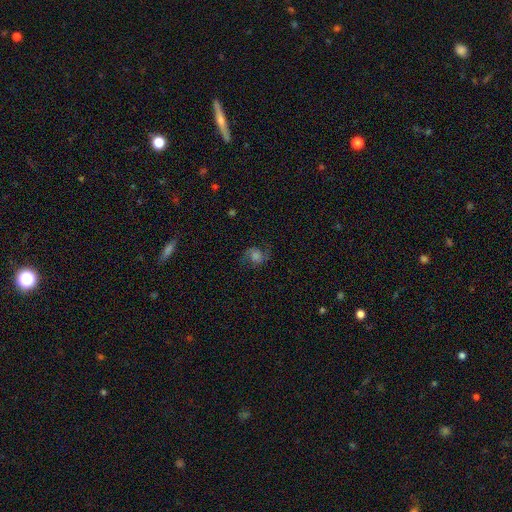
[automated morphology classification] Smooth or featured: featured or disk — 65% (smooth — 20%)
Edge-on disk: no — 97% (yes — 3%)
Bar: no — 59% (weak — 33%)
Spiral arms: yes — 94% (no — 6%)
Spiral winding: loose — 45% (medium — 44%)
Spiral arm count: 2 — 90% (can't tell — 4%)
Bulge size: moderate — 34% (small — 24%)
Merging: none — 74% (minor disturbance — 15%)